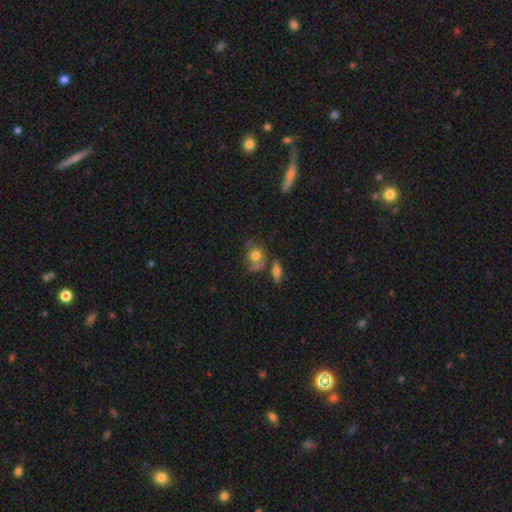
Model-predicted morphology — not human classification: This appears to be a smooth galaxy with no disk features (62%) that is round (62%). Merging: none (49%).